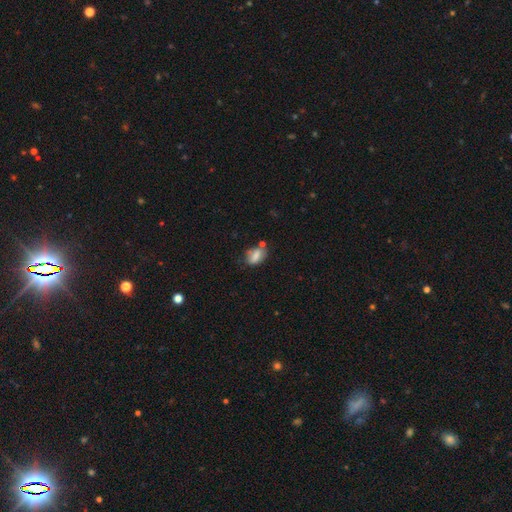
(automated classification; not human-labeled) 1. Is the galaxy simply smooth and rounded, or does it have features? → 76% smooth, 15% featured or disk, 9% star or artifact.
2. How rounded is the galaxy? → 83% in between, 14% round, 3% cigar-shaped.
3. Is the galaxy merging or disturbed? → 49% none, 26% minor disturbance, 16% merger, 8% major disturbance.